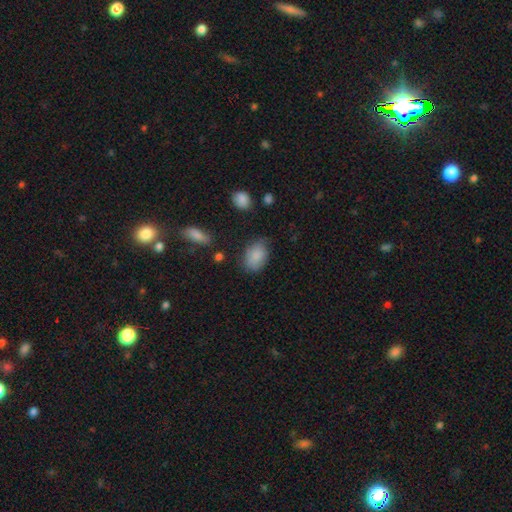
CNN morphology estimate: Smooth or featured?
  - smooth: 84% *
  - featured or disk: 9%
  - star or artifact: 7%
How rounded?
  - in between: 82% *
  - round: 17%
  - cigar-shaped: 1%
Merging?
  - none: 68% *
  - minor disturbance: 23%
  - major disturbance: 6%
  - merger: 3%